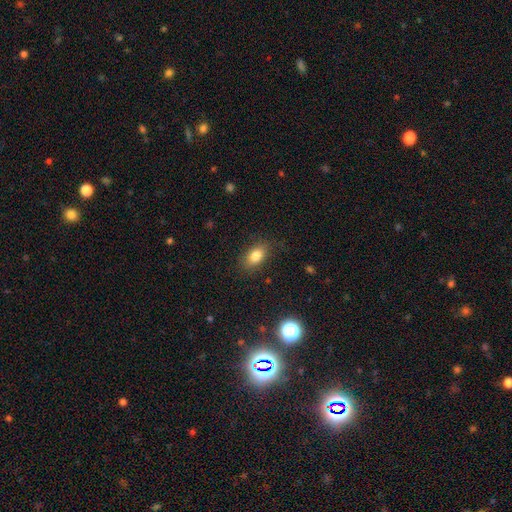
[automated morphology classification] Overall: smooth (83%). How rounded: in between (86%). Merging: none (82%).